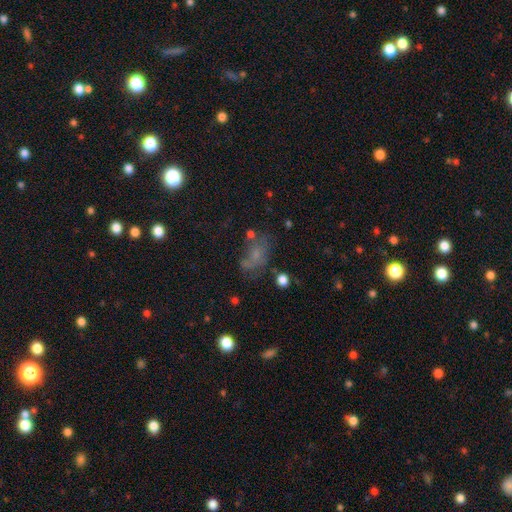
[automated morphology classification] Q: Smooth or featured?
A: smooth (51%); runner-up: featured or disk (27%)
Q: How rounded?
A: in between (79%); runner-up: round (17%)
Q: Merging?
A: none (42%); runner-up: minor disturbance (24%)